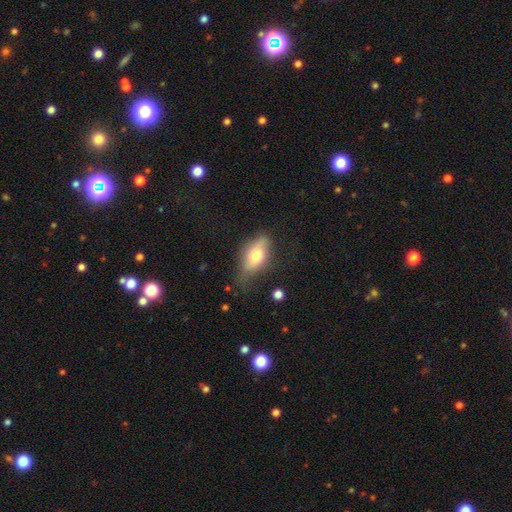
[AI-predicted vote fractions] Morphology: type=smooth (62%); roundness=in between (84%); merging=none (57%).